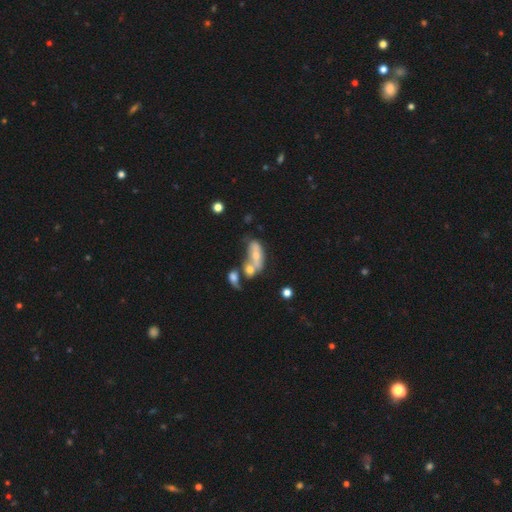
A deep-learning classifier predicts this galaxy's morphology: A smooth galaxy with no disk features (50%) that is in between round and cigar-shaped (77%). Merging: merger (56%).